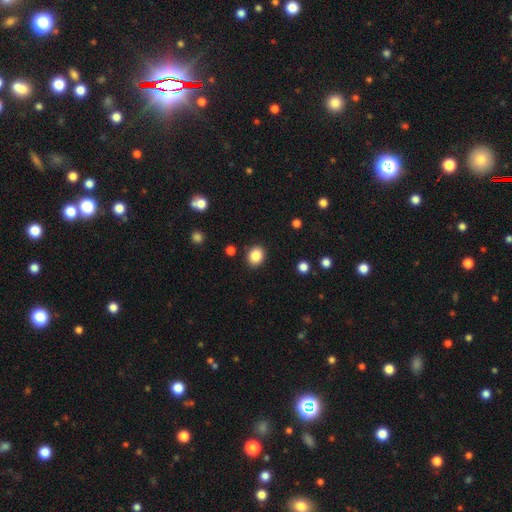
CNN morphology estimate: type=smooth (86%); roundness=round (60%); merging=none (88%).